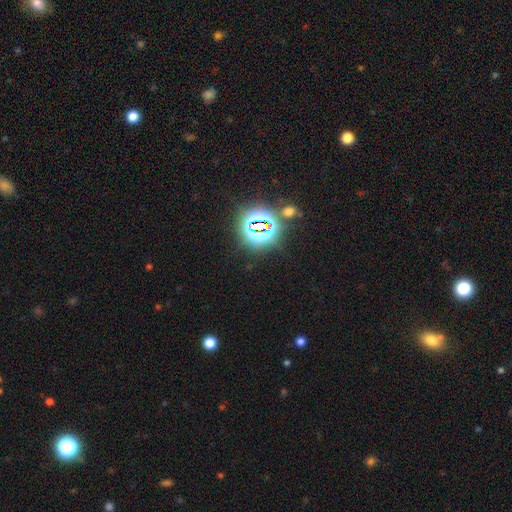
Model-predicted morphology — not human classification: The model was most divided on "smooth or featured": star or artifact: 83%, smooth: 11%, featured or disk: 6%.